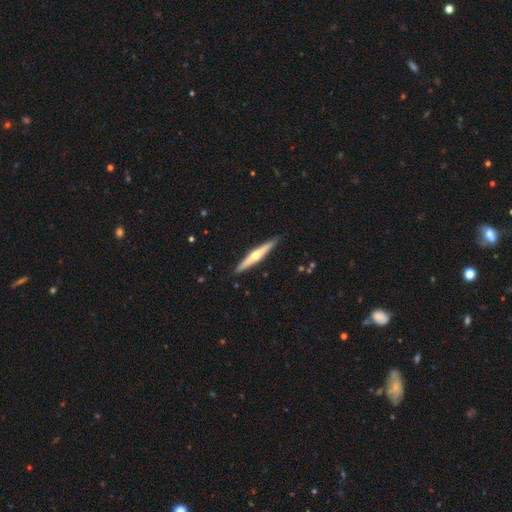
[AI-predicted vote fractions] Morphology: type=featured or disk (62%); edge-on=yes (96%); edge-on bulge=rounded (90%); merging=none (90%).